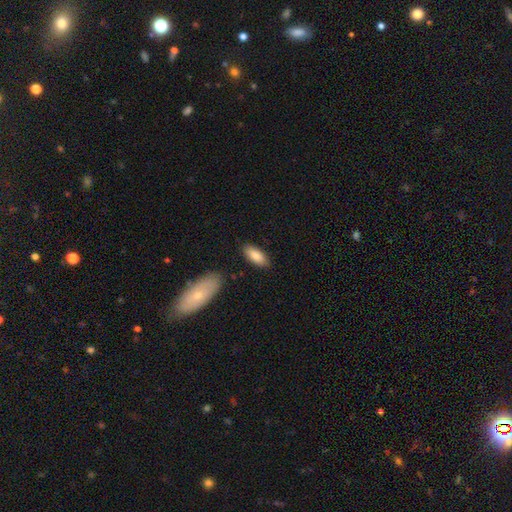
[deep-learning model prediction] smooth_or_featured: smooth (p=0.85) [alt: featured or disk p=0.10]
how_rounded: in between (p=0.84) [alt: cigar-shaped p=0.15]
merging: none (p=0.84) [alt: minor disturbance p=0.11]